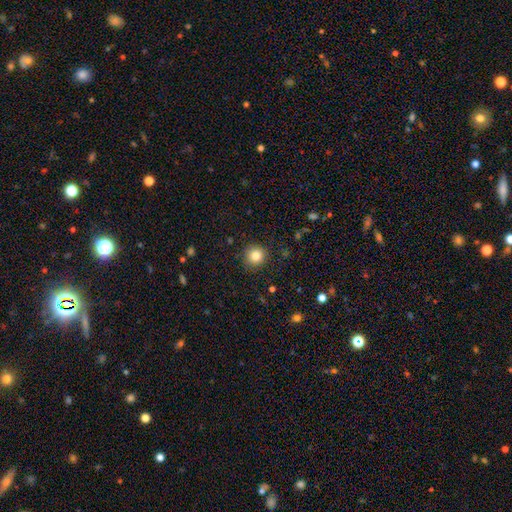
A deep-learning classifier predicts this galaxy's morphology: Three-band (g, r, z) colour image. It shows a smooth galaxy with no disk features (84%) that is round (93%). Merging: none (89%).